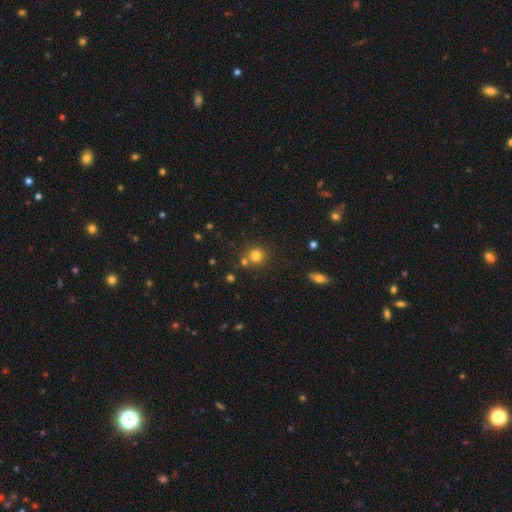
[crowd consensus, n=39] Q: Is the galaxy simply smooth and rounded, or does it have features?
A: smooth — 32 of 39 (82%).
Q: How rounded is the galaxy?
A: round — 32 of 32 (100%).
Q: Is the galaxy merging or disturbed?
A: none — 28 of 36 (78%).